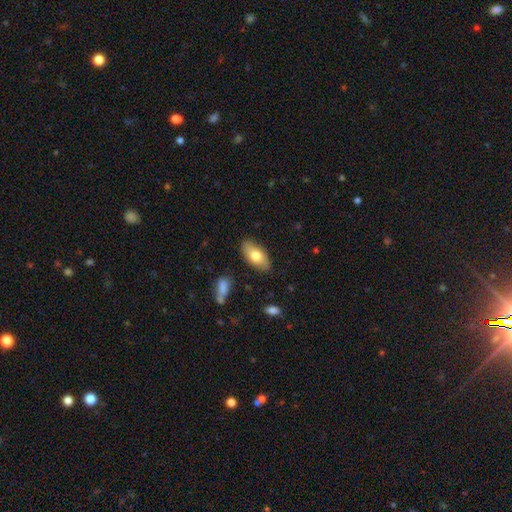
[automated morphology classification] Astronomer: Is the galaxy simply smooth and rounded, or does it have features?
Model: smooth — 74%.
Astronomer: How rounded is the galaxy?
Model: in between — 90%.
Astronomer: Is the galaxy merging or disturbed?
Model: none — 84%.